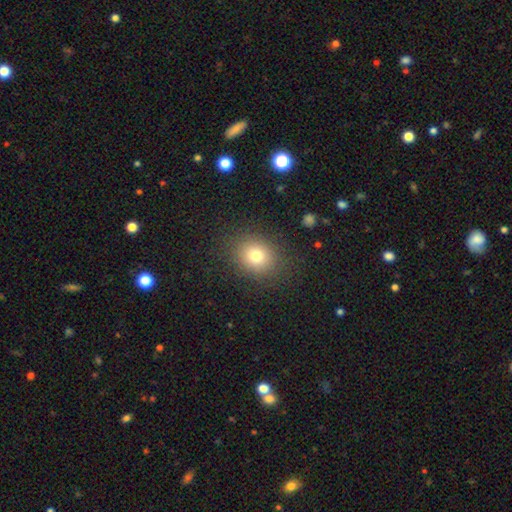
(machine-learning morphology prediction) A smooth galaxy with no disk features (76%) that is round (70%). Merging: none (86%).